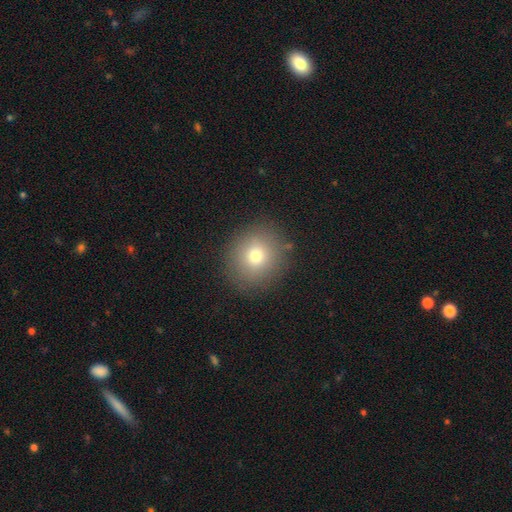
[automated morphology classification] A smooth galaxy with no disk features (74%) that is round (84%). Merging: none (87%).